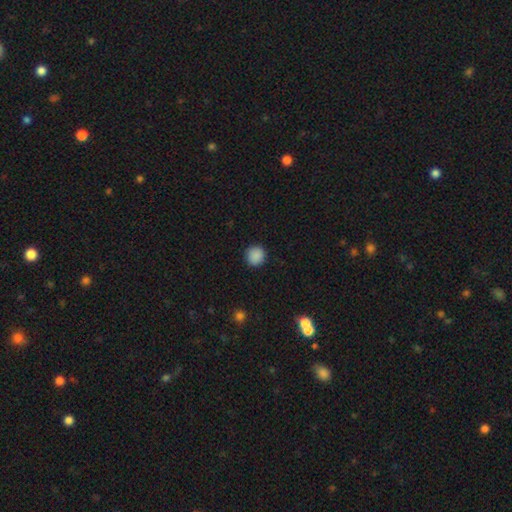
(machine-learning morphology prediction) This is clearly a smooth galaxy (89%). How rounded: clearly round (92%). Merging: clearly none (91%).